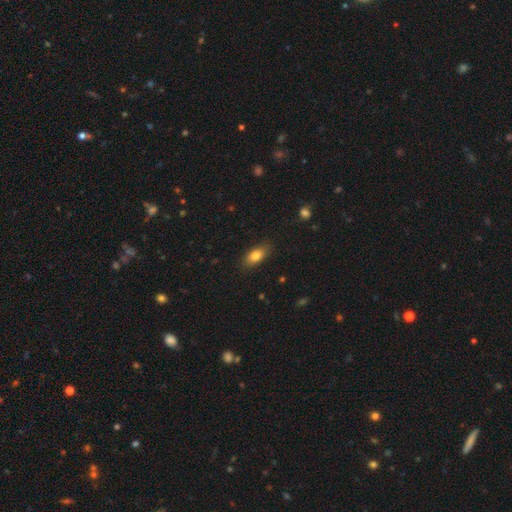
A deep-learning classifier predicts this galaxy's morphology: Smooth or featured: smooth — 81% (featured or disk — 11%)
How rounded: in between — 84% (cigar-shaped — 10%)
Merging: none — 85% (minor disturbance — 12%)